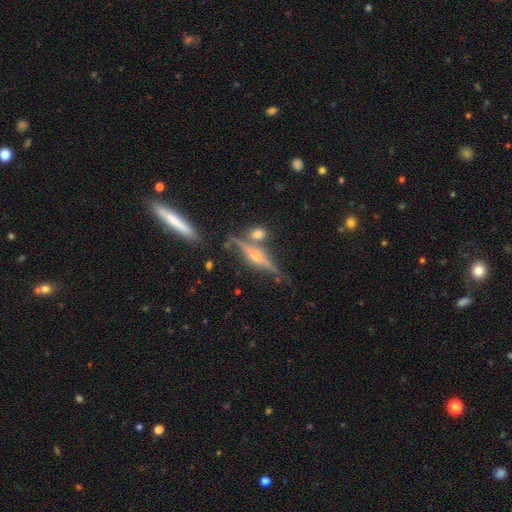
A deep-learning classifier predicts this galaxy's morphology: Smooth or featured?
  - featured or disk: 77% *
  - smooth: 14%
  - star or artifact: 9%
Edge-on disk?
  - yes: 95% *
  - no: 5%
Edge-on bulge?
  - rounded: 85% *
  - boxy: 8%
  - none: 7%
Merging?
  - none: 71% *
  - minor disturbance: 14%
  - merger: 11%
  - major disturbance: 4%